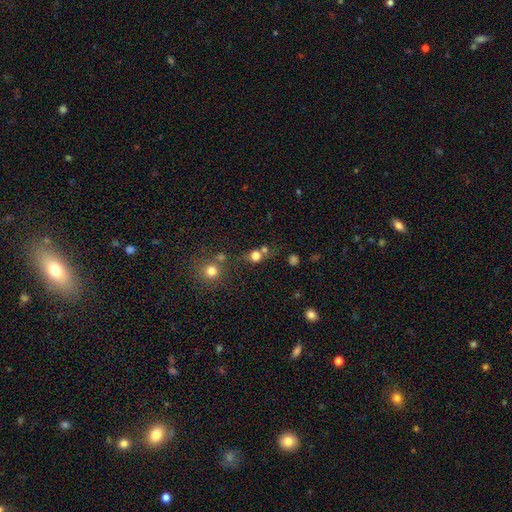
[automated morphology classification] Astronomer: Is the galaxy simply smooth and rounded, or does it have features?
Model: smooth — 73%.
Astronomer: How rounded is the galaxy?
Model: round — 82%.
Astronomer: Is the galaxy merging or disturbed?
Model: none — 56%.